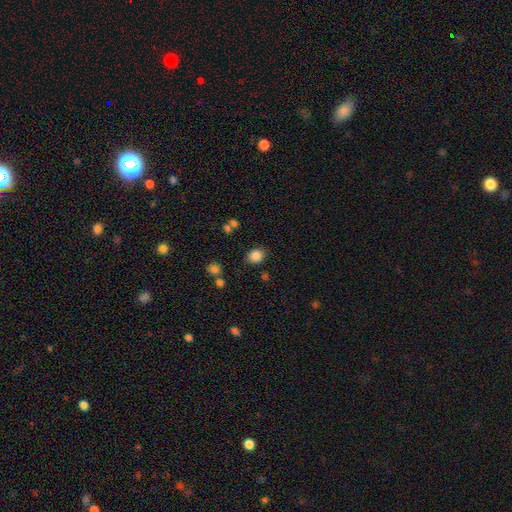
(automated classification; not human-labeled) Smooth or featured: smooth — 85% (star or artifact — 11%)
How rounded: round — 64% (in between — 35%)
Merging: none — 81% (minor disturbance — 12%)